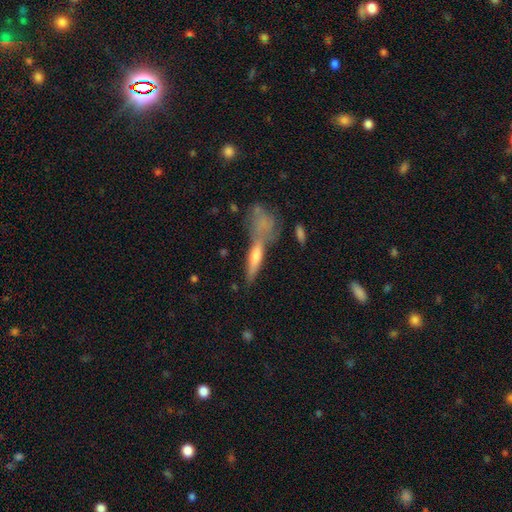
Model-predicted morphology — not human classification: type=smooth (50%); roundness=cigar-shaped (77%); merging=none (55%).